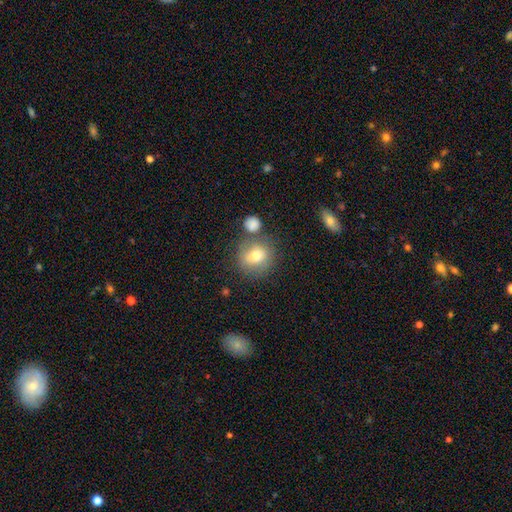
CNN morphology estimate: type=smooth (74%); roundness=round (85%); merging=none (65%).